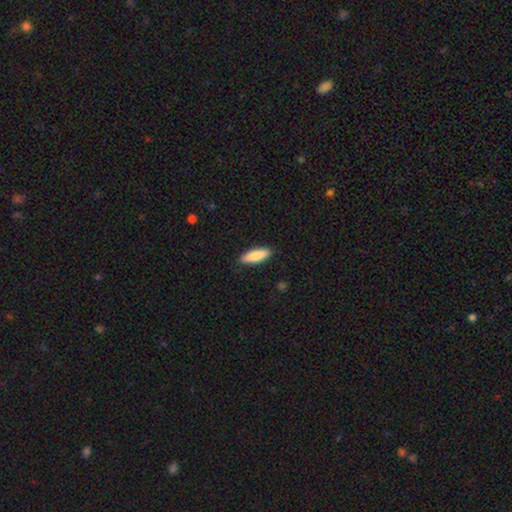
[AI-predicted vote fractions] Smooth or featured?
  - smooth: 83% *
  - featured or disk: 11%
  - star or artifact: 5%
How rounded?
  - cigar-shaped: 51% *
  - in between: 47%
  - round: 2%
Merging?
  - none: 89% *
  - minor disturbance: 8%
  - major disturbance: 2%
  - merger: 1%